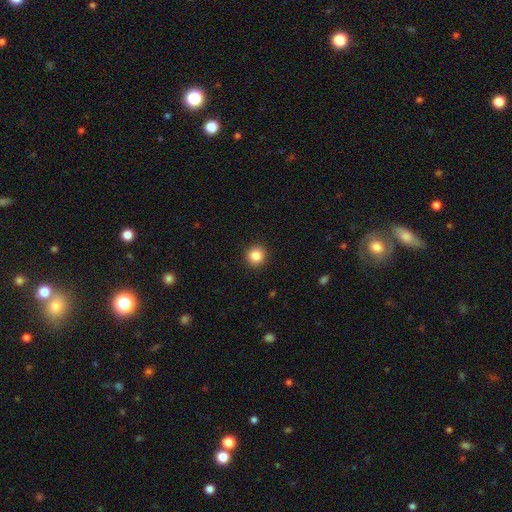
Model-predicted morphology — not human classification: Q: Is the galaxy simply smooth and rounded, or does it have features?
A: smooth — 85%.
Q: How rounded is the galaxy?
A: round — 92%.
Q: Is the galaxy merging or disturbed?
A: none — 92%.